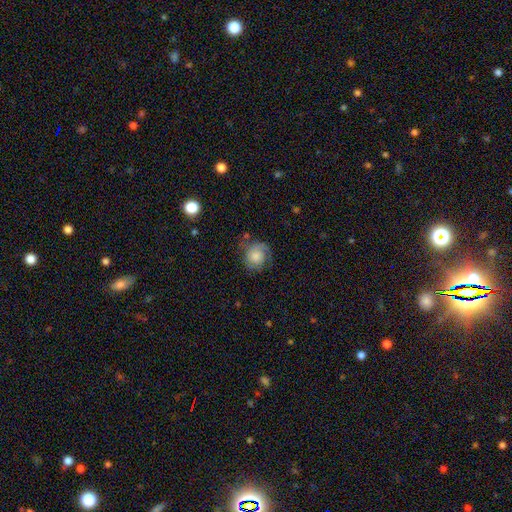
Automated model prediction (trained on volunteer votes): This appears to be a smooth galaxy with no disk features (53%) that is round (79%). Merging: none (59%).